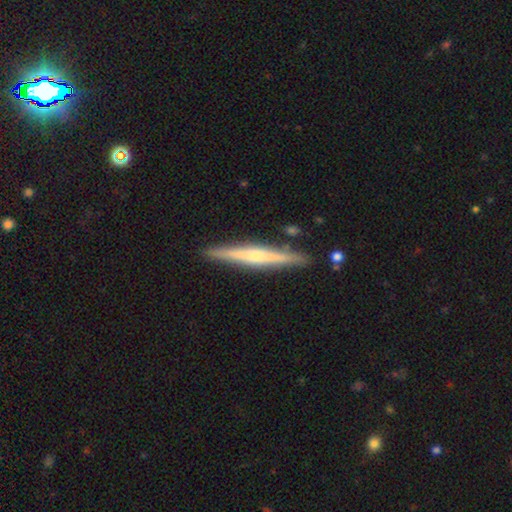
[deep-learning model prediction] A featured or disk galaxy (67%) viewed edge-on (97%) with a rounded central bulge (71%). Merging: none (89%).